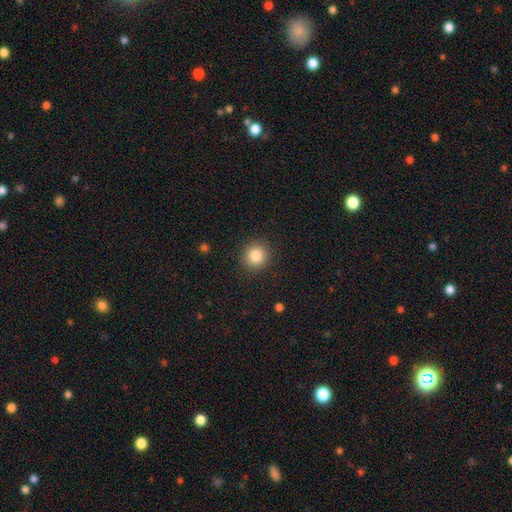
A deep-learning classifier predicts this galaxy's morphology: smooth_or_featured: smooth (p=0.84) [alt: star or artifact p=0.10]
how_rounded: round (p=0.90) [alt: in between p=0.09]
merging: none (p=0.90) [alt: minor disturbance p=0.07]